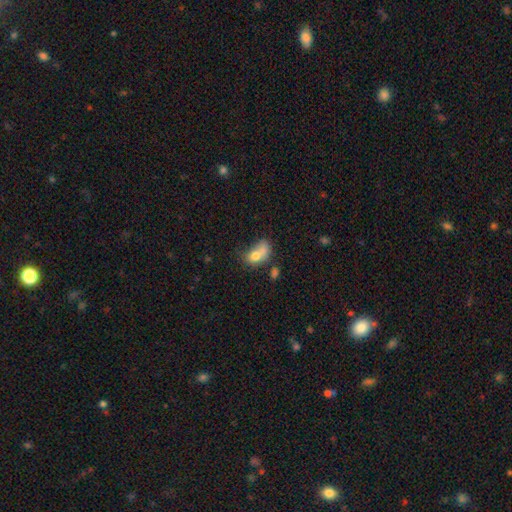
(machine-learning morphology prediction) A smooth galaxy with no disk features (72%) that is in between round and cigar-shaped (76%).

Vote fractions:
- Smooth or featured? smooth: 72% / featured or disk: 18% / star or artifact: 10%
- How rounded? in between: 76% / round: 22% / cigar-shaped: 2%
- Merging? merger: 38% / none: 23% / minor disturbance: 20% / major disturbance: 18%